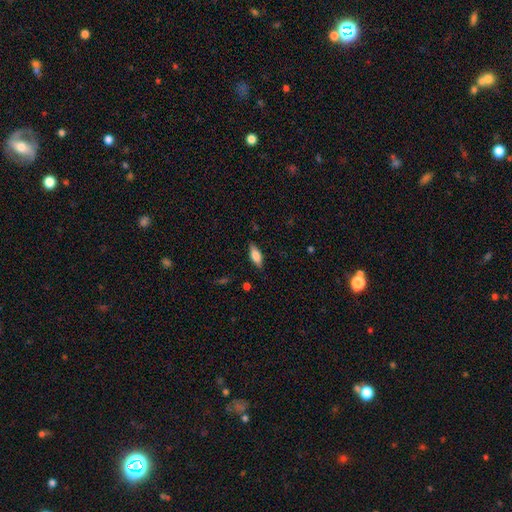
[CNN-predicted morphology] Smooth or featured: smooth — 76% (featured or disk — 17%)
How rounded: in between — 77% (cigar-shaped — 20%)
Merging: none — 83% (minor disturbance — 13%)